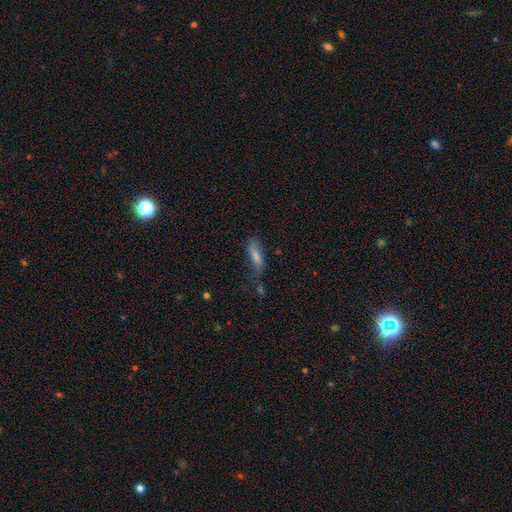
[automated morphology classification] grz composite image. It shows a smooth galaxy with no disk features (73%) that is in between round and cigar-shaped (54%). Merging: none (46%).